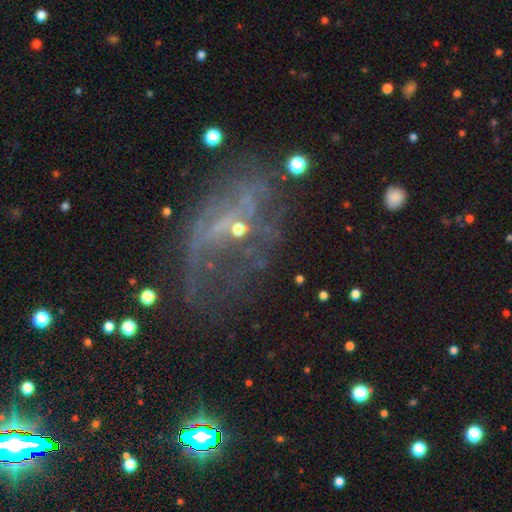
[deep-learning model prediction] smooth-or-featured: featured or disk: 60% | star or artifact: 24% | smooth: 16%
  disk-edge-on: no: 93% | yes: 7%
    bar: no: 64% | weak: 26% | strong: 10%
    has-spiral-arms: no: 54% | yes: 46%
    bulge-size: small: 65% | none: 19% | moderate: 13% | large: 1% | dominant: 1%
  merging: none: 42% | major disturbance: 31% | minor disturbance: 21% | merger: 6%